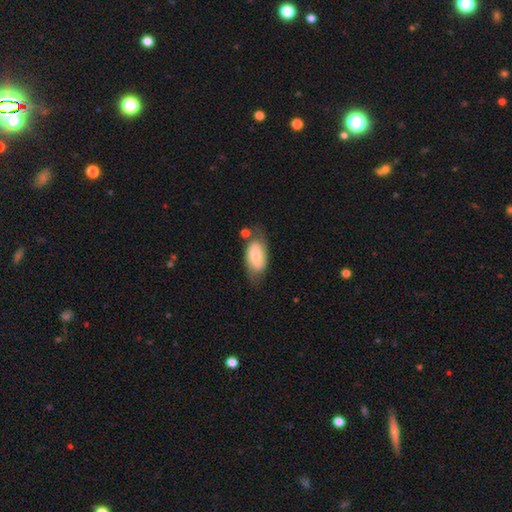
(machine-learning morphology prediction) smooth-or-featured: smooth: 56% | featured or disk: 37% | star or artifact: 7%
  how-rounded: in between: 91% | cigar-shaped: 5% | round: 4%
  merging: none: 55% | minor disturbance: 26% | major disturbance: 10% | merger: 9%